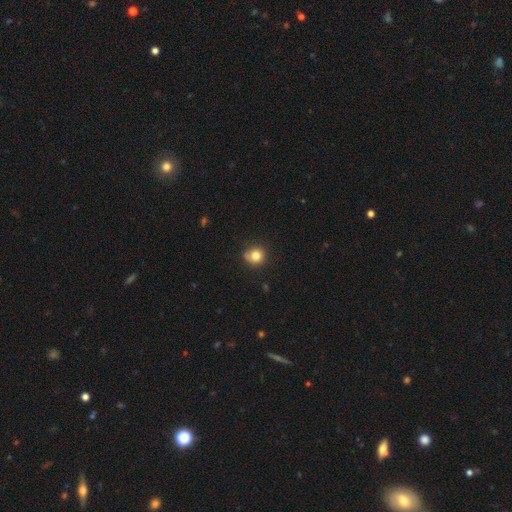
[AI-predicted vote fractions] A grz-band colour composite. It shows a smooth galaxy with no disk features (81%) that is round (90%). Merging: none (75%).